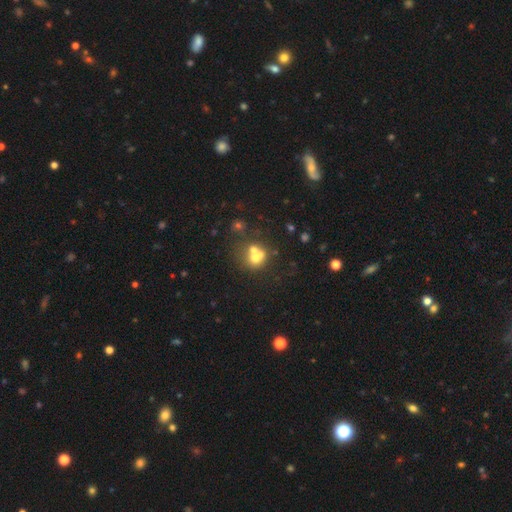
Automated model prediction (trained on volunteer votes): This is possibly a smooth galaxy (55%). How rounded: likely round (76%). Merging: possibly merger (54%).